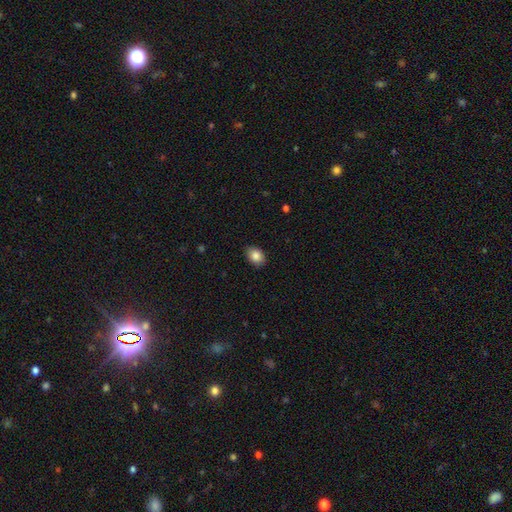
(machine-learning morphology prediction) Smooth or featured? Predicted: smooth (p=0.85). How rounded? Predicted: in between (p=0.76). Merging? Predicted: none (p=0.86).